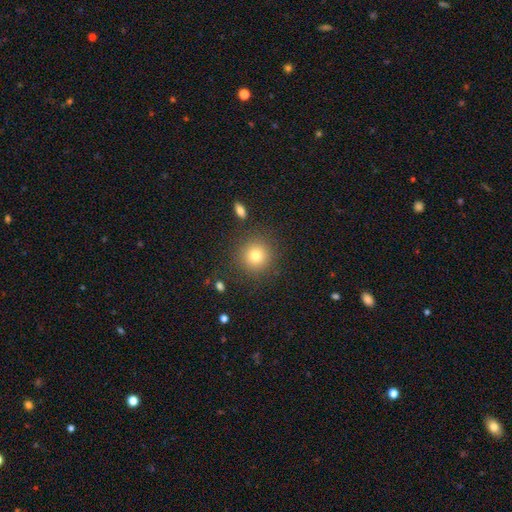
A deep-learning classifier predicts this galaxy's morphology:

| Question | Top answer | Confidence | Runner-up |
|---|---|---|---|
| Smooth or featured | smooth | 78% | star or artifact (12%) |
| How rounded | round | 93% | in between (6%) |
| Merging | none | 87% | minor disturbance (8%) |